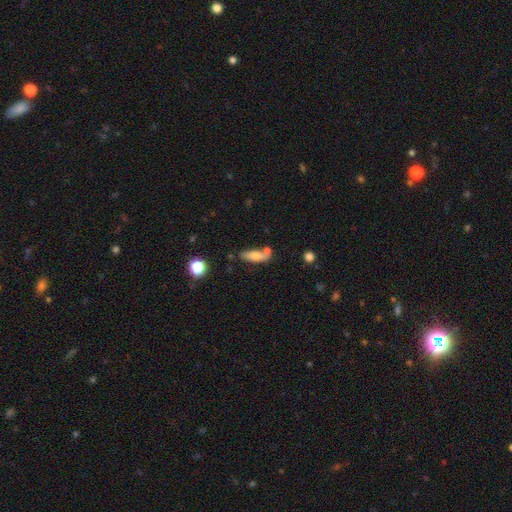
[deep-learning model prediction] This is likely a smooth galaxy (67%). How rounded: likely in between (61%). Merging: possibly none (56%).